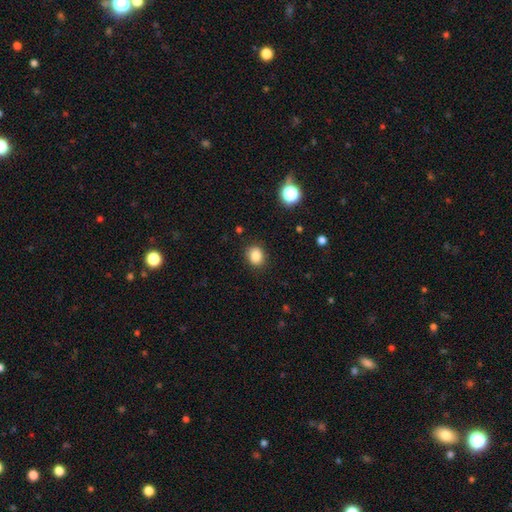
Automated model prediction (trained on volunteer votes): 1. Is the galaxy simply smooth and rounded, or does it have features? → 84% smooth, 10% star or artifact, 5% featured or disk.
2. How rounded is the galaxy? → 61% round, 38% in between, 1% cigar-shaped.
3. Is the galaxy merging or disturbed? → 87% none, 9% minor disturbance, 2% major disturbance, 1% merger.